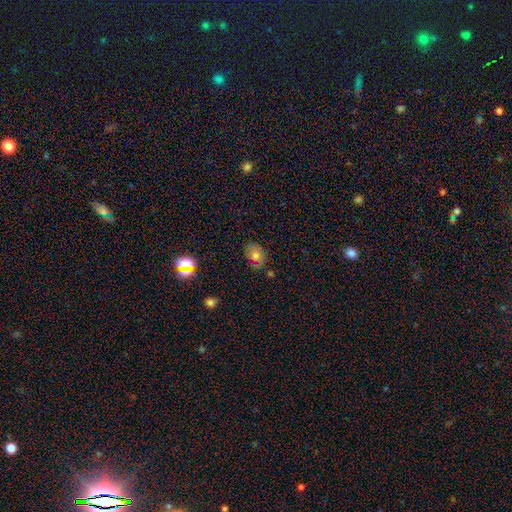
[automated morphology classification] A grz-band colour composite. It shows a smooth galaxy with no disk features (61%) that is in between round and cigar-shaped (64%). Merging: none (71%).